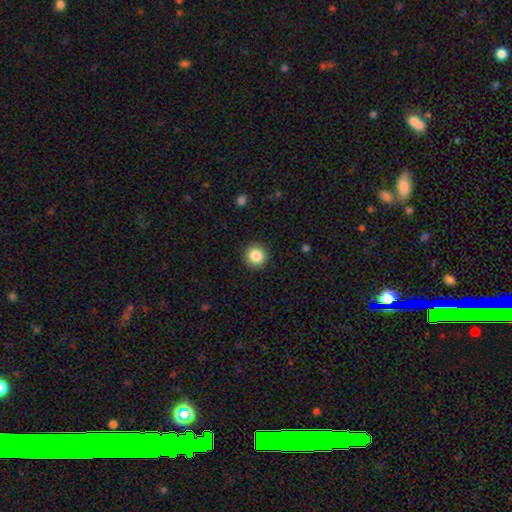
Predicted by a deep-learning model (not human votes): Morphology: type=smooth (86%); roundness=round (93%); merging=none (91%).